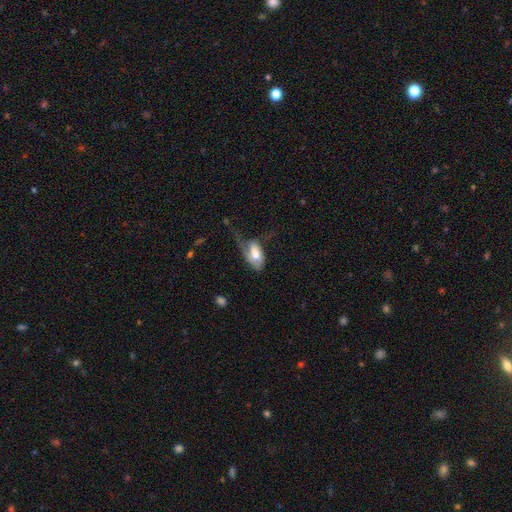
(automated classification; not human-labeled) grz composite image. It shows a smooth galaxy with no disk features (59%) that is in between round and cigar-shaped (91%). Merging: major disturbance (55%).